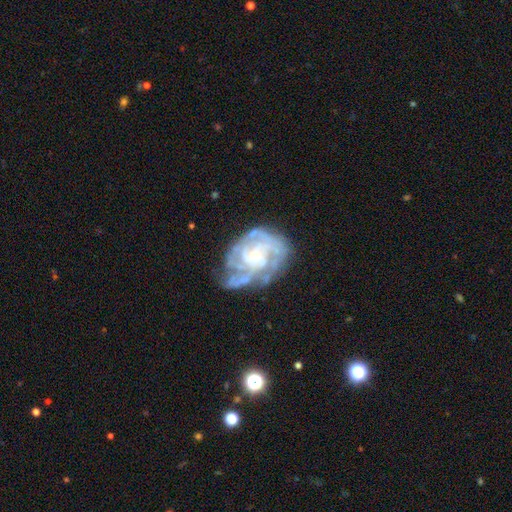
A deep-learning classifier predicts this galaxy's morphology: smooth-or-featured: featured or disk: 85% | smooth: 8% | star or artifact: 7%
  disk-edge-on: no: 98% | yes: 2%
    bar: no: 71% | weak: 24% | strong: 6%
    has-spiral-arms: yes: 91% | no: 9%
      spiral-winding: tight: 66% | medium: 27% | loose: 7%
      spiral-arm-count: can't tell: 39% | 3: 18% | 4: 16% | 2: 13% | more than 4: 8% | 1: 6%
    bulge-size: small: 69% | moderate: 23% | none: 5% | large: 2% | dominant: 1%
  merging: none: 56% | minor disturbance: 24% | major disturbance: 16% | merger: 3%